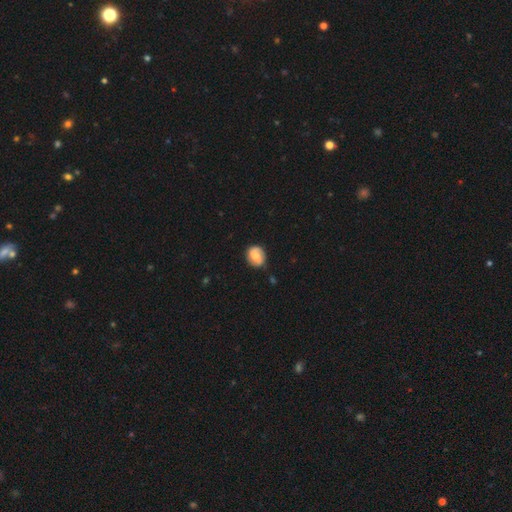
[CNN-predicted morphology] A featured or disk galaxy (54%) with a weak bar (47%), spiral arms (83%) and a moderate central bulge (59%).

Vote fractions:
- Smooth or featured? featured or disk: 54% / smooth: 39% / star or artifact: 7%
- Edge-on disk? no: 97% / yes: 3%
- Bar? weak: 47% / no: 30% / strong: 23%
- Spiral arms? yes: 83% / no: 17%
- Bulge size? moderate: 59% / small: 21% / large: 14% / none: 4% / dominant: 2%
- Merging? none: 79% / minor disturbance: 15% / major disturbance: 4% / merger: 2%